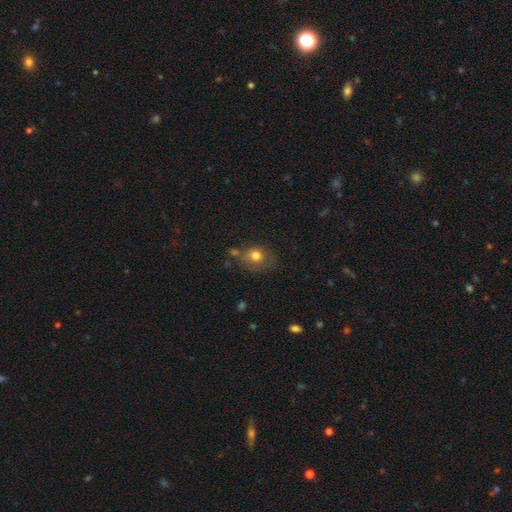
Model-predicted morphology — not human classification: A smooth galaxy with no disk features (78%) that is round (66%).

Vote fractions:
- Smooth or featured? smooth: 78% / featured or disk: 11% / star or artifact: 11%
- How rounded? round: 66% / in between: 33% / cigar-shaped: 1%
- Merging? none: 59% / minor disturbance: 22% / merger: 10% / major disturbance: 9%